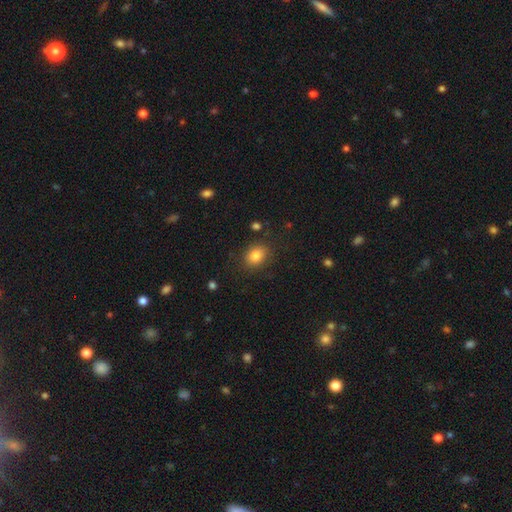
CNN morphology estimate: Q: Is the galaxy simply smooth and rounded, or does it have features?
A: smooth — 83%.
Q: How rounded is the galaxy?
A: in between — 52%.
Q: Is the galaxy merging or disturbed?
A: none — 84%.